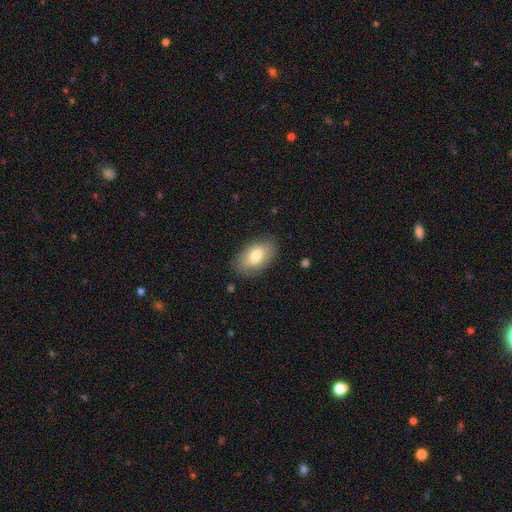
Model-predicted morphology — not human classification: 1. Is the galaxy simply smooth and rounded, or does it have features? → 76% smooth, 18% featured or disk, 6% star or artifact.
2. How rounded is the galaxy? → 93% in between, 5% round, 2% cigar-shaped.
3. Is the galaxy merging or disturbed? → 83% none, 12% minor disturbance, 3% major disturbance, 1% merger.